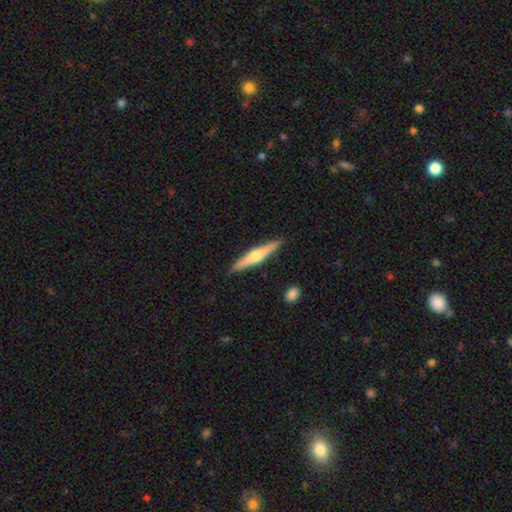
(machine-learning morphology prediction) Smooth or featured? Predicted: featured or disk (p=0.61). Edge-on disk? Predicted: yes (p=0.97). Edge-on bulge? Predicted: rounded (p=0.89). Merging? Predicted: none (p=0.90).